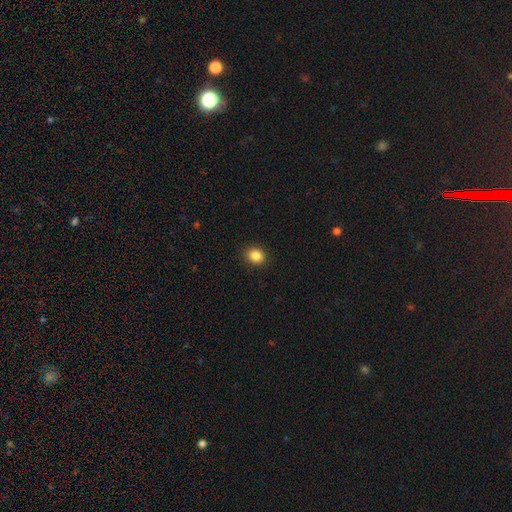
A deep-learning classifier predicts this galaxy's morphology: This is clearly a smooth galaxy (87%). How rounded: likely round (73%). Merging: clearly none (91%).